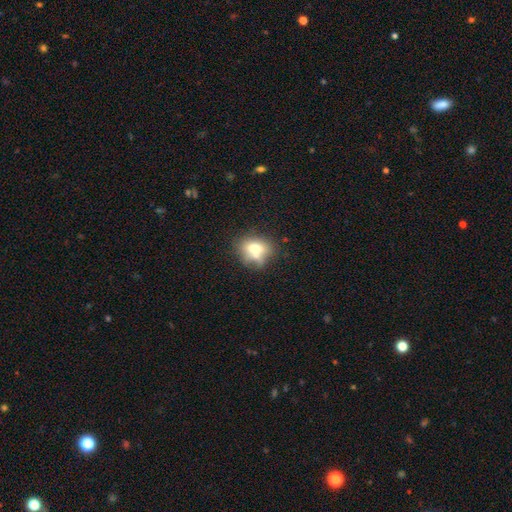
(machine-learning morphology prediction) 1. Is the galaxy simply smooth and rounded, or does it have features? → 65% smooth, 23% featured or disk, 12% star or artifact.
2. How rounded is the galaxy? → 49% round (tied), 49% in between (tied), 3% cigar-shaped.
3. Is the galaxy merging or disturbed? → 56% none, 22% merger, 16% minor disturbance, 6% major disturbance.